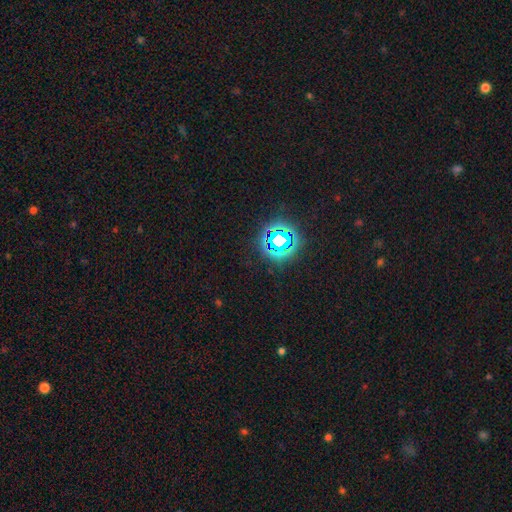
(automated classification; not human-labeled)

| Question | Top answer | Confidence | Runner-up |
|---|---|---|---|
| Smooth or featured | star or artifact | 80% | smooth (14%) |